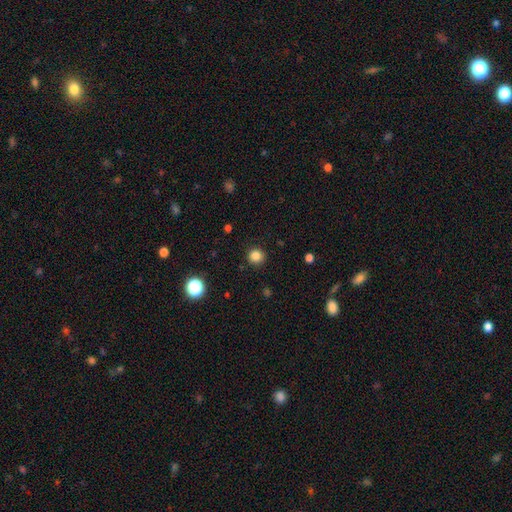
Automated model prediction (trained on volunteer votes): This is clearly a smooth galaxy (84%). How rounded: clearly round (93%). Merging: clearly none (91%).